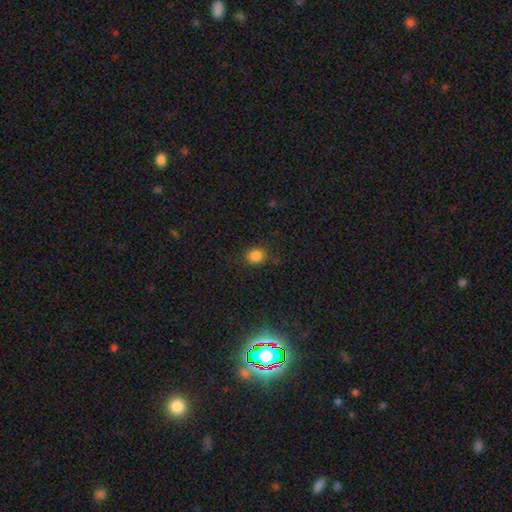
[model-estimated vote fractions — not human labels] Q: Smooth or featured?
A: smooth (83%); runner-up: star or artifact (12%)
Q: How rounded?
A: round (72%); runner-up: in between (27%)
Q: Merging?
A: none (83%); runner-up: minor disturbance (12%)